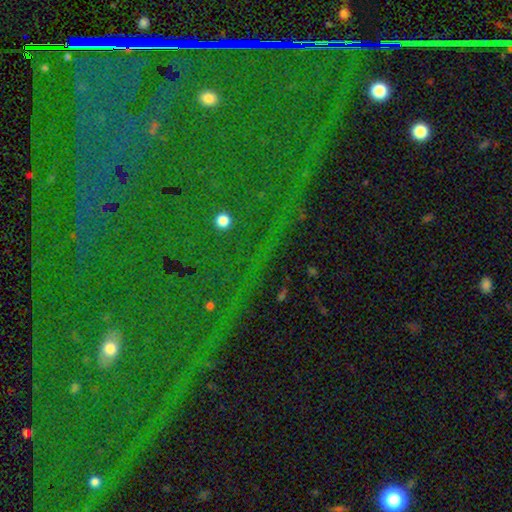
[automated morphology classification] smooth_or_featured: star or artifact (p=0.83) [alt: featured or disk p=0.09]